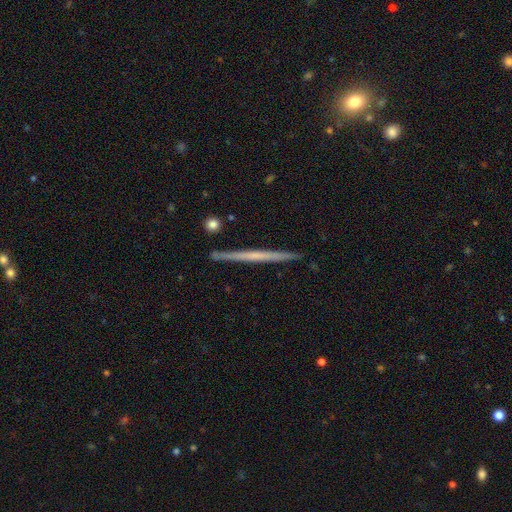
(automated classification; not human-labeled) The model was most divided on "smooth or featured": featured or disk: 63%, smooth: 32%, star or artifact: 5%. More confident: edge-on disk — yes (98%); merging — none (92%); edge-on bulge — none (83%).